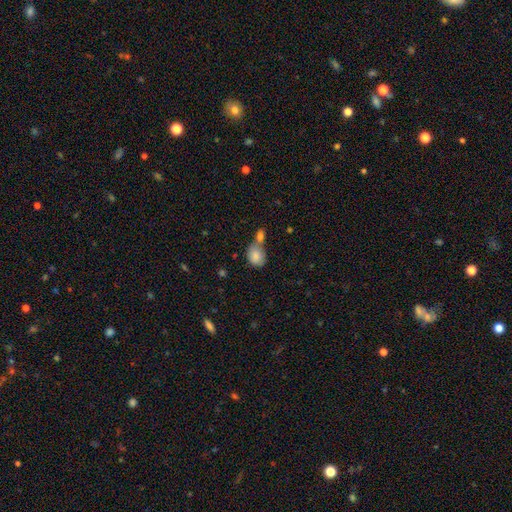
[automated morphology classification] type=smooth (84%); roundness=round (51%); merging=merger (46%).